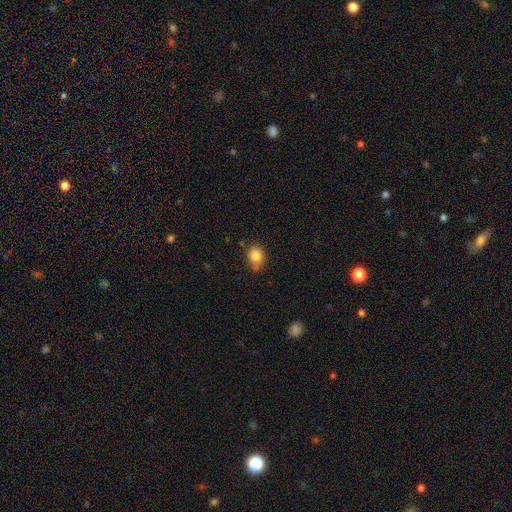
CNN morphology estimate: A smooth galaxy with no disk features (85%) that is round (51%).

Vote fractions:
- Smooth or featured? smooth: 85% / star or artifact: 9% / featured or disk: 6%
- How rounded? round: 51% / in between: 48% / cigar-shaped: 1%
- Merging? none: 73% / minor disturbance: 18% / merger: 6% / major disturbance: 4%